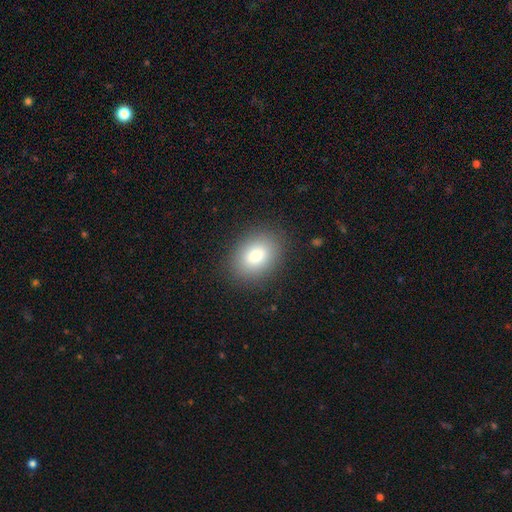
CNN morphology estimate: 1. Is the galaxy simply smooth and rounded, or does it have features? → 83% smooth, 9% star or artifact, 8% featured or disk.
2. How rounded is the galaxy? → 73% in between, 26% round, 1% cigar-shaped.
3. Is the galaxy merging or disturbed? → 87% none, 9% minor disturbance, 3% major disturbance, 1% merger.